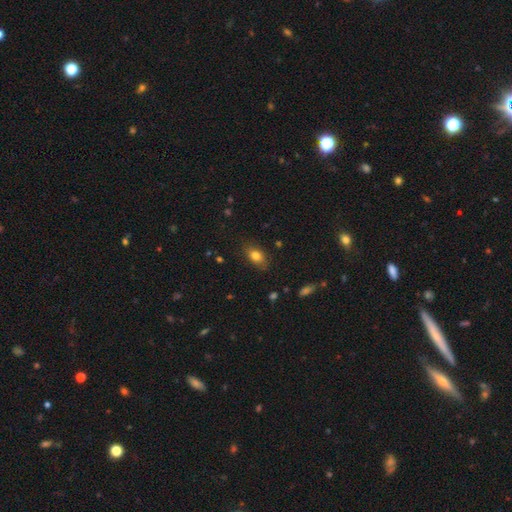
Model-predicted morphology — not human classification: Smooth or featured? smooth (80%)
How rounded? in between (81%)
Merging? none (81%)